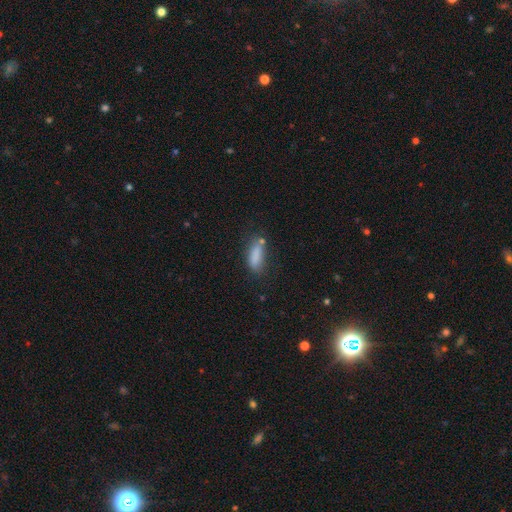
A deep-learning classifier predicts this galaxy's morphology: This appears to be a smooth galaxy with no disk features (81%) that is in between round and cigar-shaped (64%). Merging: none (56%).